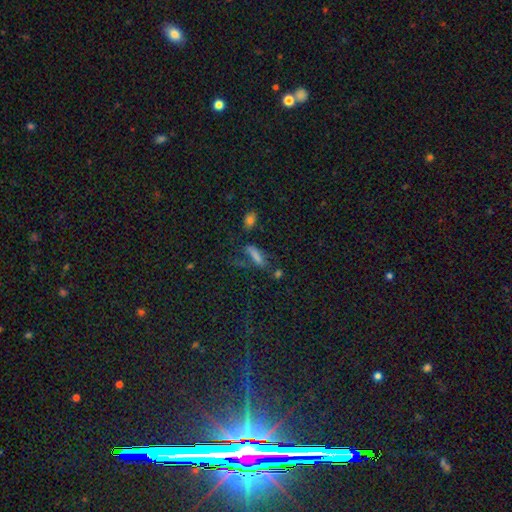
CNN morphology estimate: Q: Smooth or featured?
A: smooth (60%); runner-up: star or artifact (24%)
Q: How rounded?
A: cigar-shaped (60%); runner-up: in between (34%)
Q: Merging?
A: none (54%); runner-up: minor disturbance (21%)